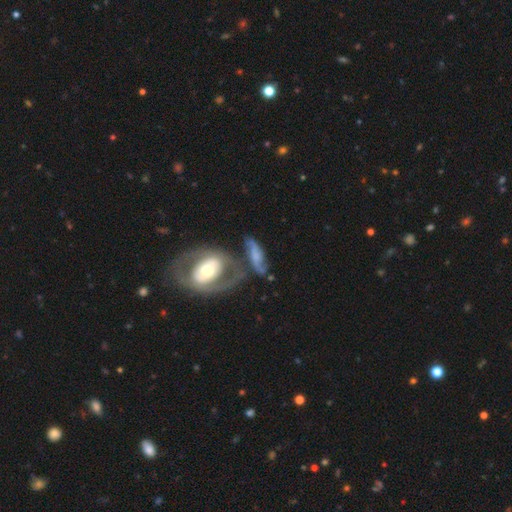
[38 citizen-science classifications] This appears to be a featured or disk galaxy (68%) with no bar (46%), 2 (83%) loose (44%) spiral arms (75%) and no central bulge (54%). Merging: none (42%).